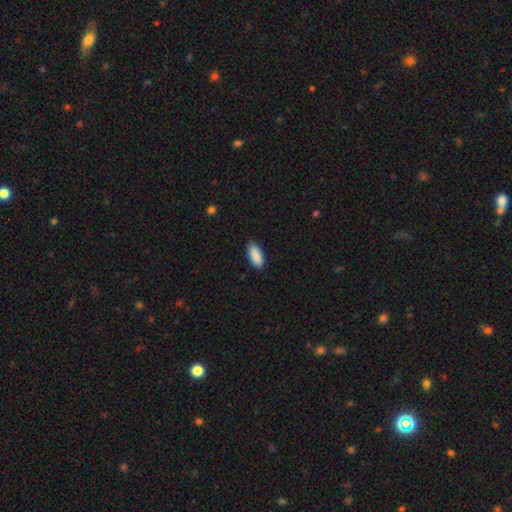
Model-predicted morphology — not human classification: smooth 91%, star or artifact 6%, featured or disk 3%. Down the decision tree: how rounded — in between (88%); merging — none (88%).